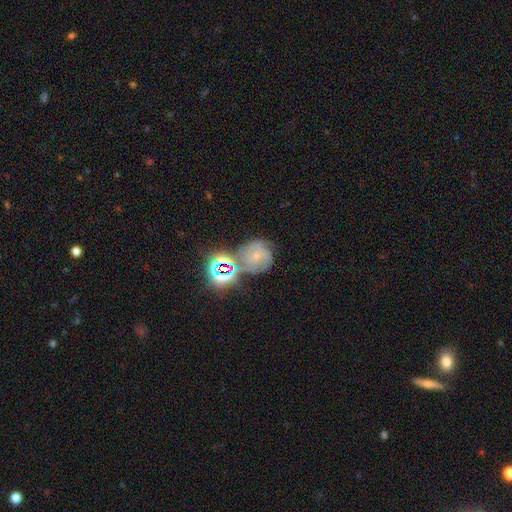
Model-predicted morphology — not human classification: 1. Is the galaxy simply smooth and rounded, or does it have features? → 56% featured or disk, 24% star or artifact, 20% smooth.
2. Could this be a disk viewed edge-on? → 97% no, 3% yes.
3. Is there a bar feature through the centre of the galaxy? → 75% no, 19% weak, 6% strong.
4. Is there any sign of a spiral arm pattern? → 89% yes, 11% no.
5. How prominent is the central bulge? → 74% small, 21% moderate, 3% none, 2% large, 1% dominant.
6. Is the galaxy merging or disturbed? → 54% none, 18% merger, 18% minor disturbance, 9% major disturbance.